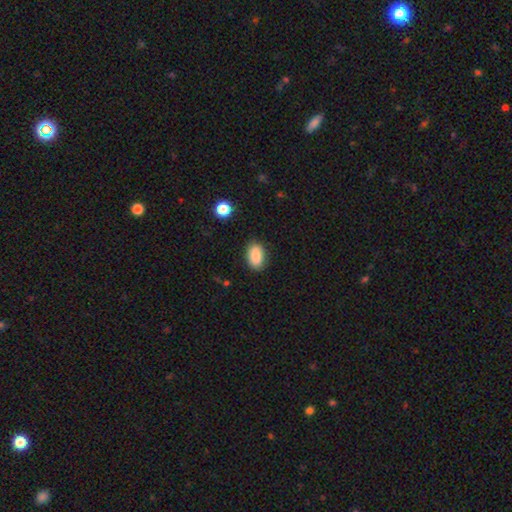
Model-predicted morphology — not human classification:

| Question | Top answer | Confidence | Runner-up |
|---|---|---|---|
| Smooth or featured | smooth | 87% | star or artifact (8%) |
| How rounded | in between | 90% | round (7%) |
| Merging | none | 86% | minor disturbance (11%) |